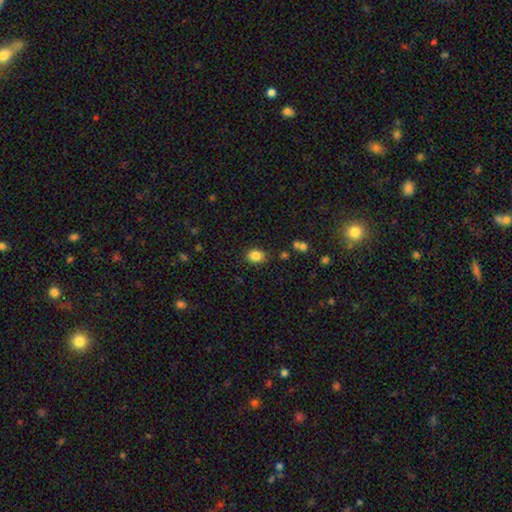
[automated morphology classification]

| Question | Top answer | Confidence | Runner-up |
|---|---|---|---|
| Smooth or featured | smooth | 85% | star or artifact (10%) |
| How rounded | in between | 56% | round (43%) |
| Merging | none | 84% | minor disturbance (11%) |